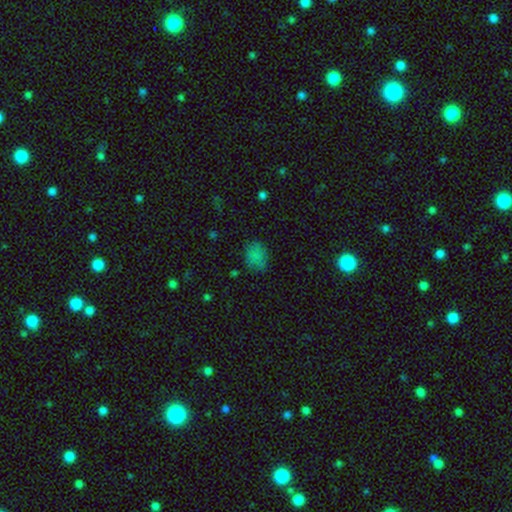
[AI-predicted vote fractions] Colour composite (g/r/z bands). It shows a smooth galaxy with no disk features (77%) that is in between round and cigar-shaped (62%). Merging: none (70%).